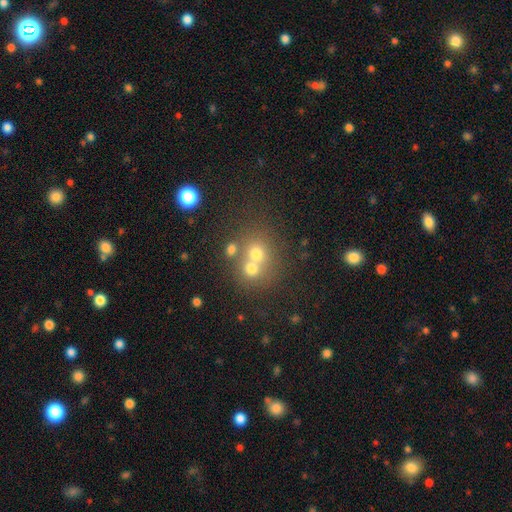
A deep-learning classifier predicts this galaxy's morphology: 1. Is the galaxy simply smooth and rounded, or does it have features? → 63% smooth, 19% star or artifact, 18% featured or disk.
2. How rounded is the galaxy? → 81% round, 19% in between, 1% cigar-shaped.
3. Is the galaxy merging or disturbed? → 51% merger, 40% none, 6% minor disturbance, 3% major disturbance.